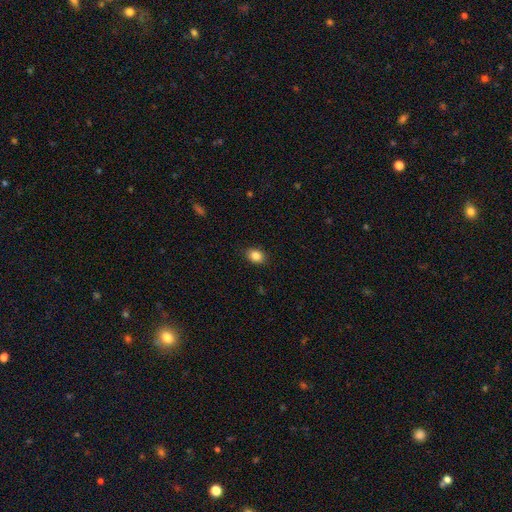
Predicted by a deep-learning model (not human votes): smooth 86%, star or artifact 9%, featured or disk 5%. Down the decision tree: how rounded — in between (66%); merging — none (88%).